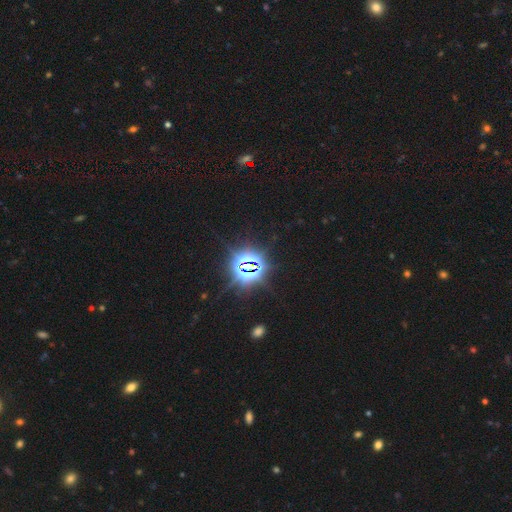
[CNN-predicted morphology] A star or artifact, not a galaxy (85%).

Vote fractions:
- Smooth or featured? star or artifact: 85% / smooth: 9% / featured or disk: 7%